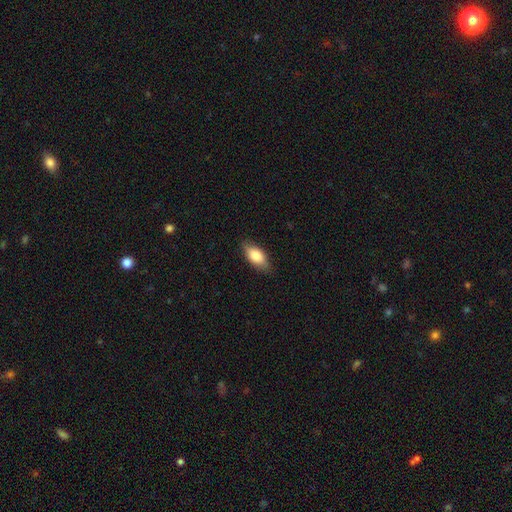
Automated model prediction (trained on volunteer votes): Overall: smooth (81%). How rounded: in between (88%). Merging: none (84%).